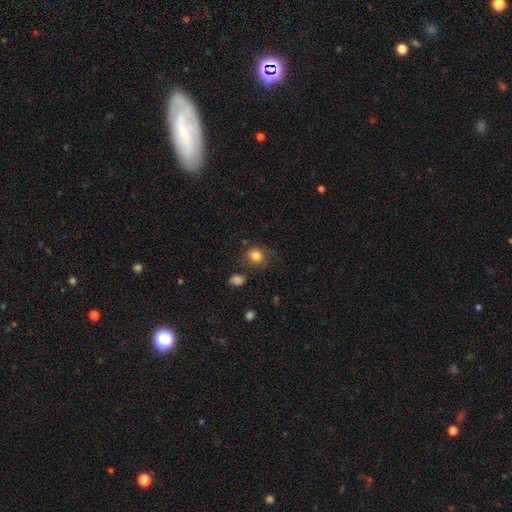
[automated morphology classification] This is clearly a smooth galaxy (84%). How rounded: clearly round (82%). Merging: likely none (73%).